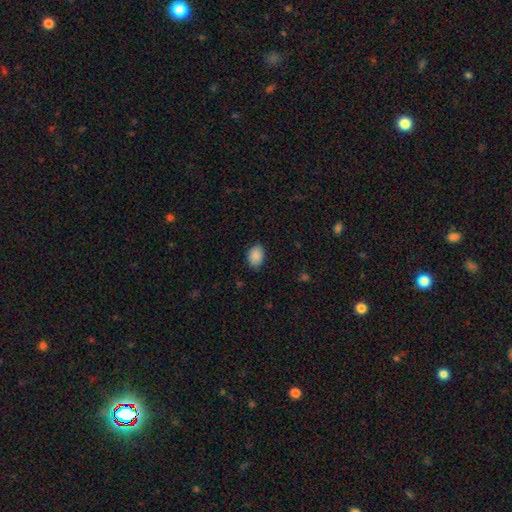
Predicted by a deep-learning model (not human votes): Smooth or featured? Predicted: smooth (p=0.89). How rounded? Predicted: in between (p=0.80). Merging? Predicted: none (p=0.84).